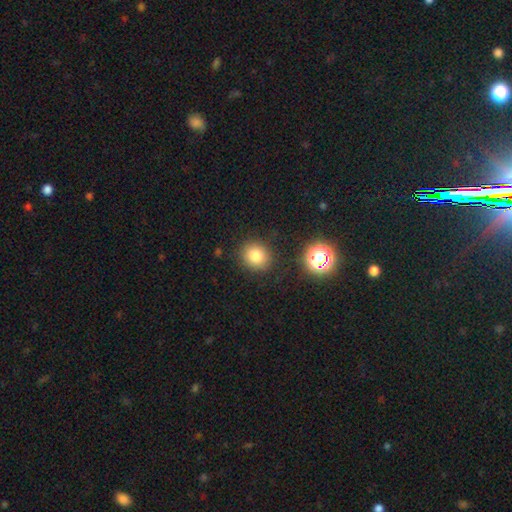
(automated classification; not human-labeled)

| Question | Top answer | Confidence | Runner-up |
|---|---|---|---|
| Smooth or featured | smooth | 81% | star or artifact (13%) |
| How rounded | round | 78% | in between (21%) |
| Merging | none | 87% | minor disturbance (8%) |